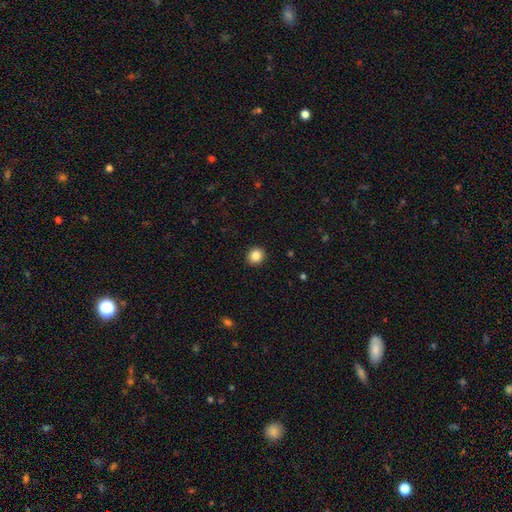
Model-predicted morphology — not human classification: Overall: smooth (85%). How rounded: round (80%). Merging: none (92%).